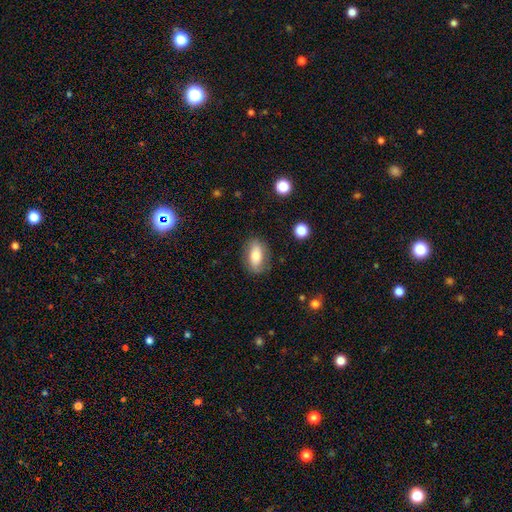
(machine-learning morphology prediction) A smooth galaxy with no disk features (69%) that is in between round and cigar-shaped (85%).

Vote fractions:
- Smooth or featured? smooth: 69% / featured or disk: 24% / star or artifact: 7%
- How rounded? in between: 85% / cigar-shaped: 8% / round: 7%
- Merging? none: 79% / minor disturbance: 14% / major disturbance: 5% / merger: 1%